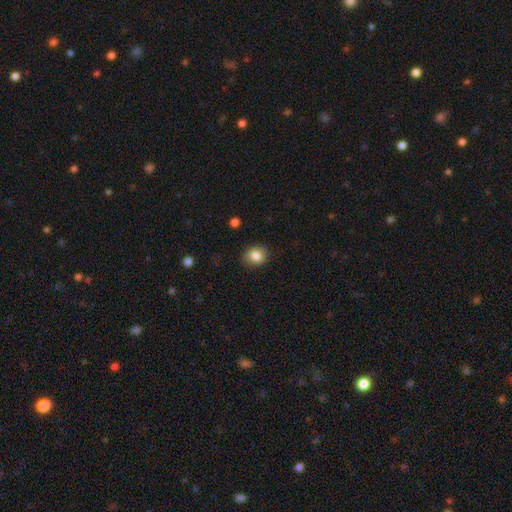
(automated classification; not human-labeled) Morphology: type=smooth (84%); roundness=round (66%); merging=none (86%).